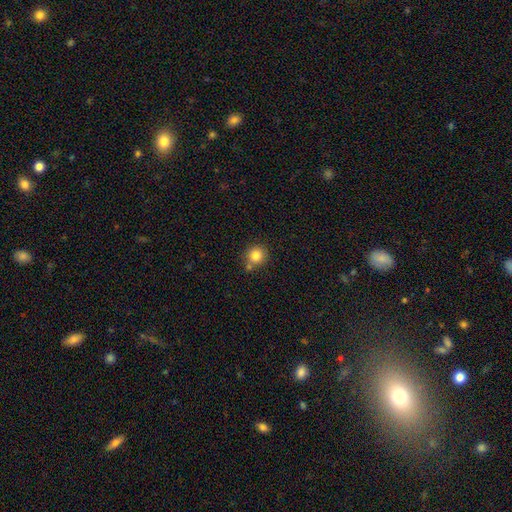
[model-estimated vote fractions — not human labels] A smooth galaxy with no disk features (83%) that is round (91%).

Vote fractions:
- Smooth or featured? smooth: 83% / star or artifact: 10% / featured or disk: 6%
- How rounded? round: 91% / in between: 8% / cigar-shaped: 1%
- Merging? none: 71% / merger: 16% / minor disturbance: 11% / major disturbance: 3%